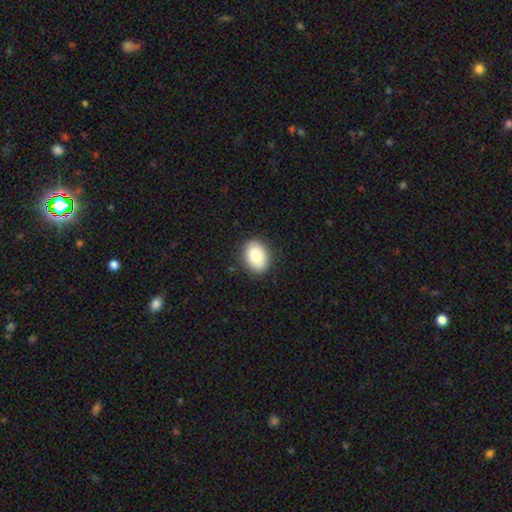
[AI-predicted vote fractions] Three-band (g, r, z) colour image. It shows a smooth galaxy with no disk features (86%) that is in between round and cigar-shaped (79%). Merging: none (86%).